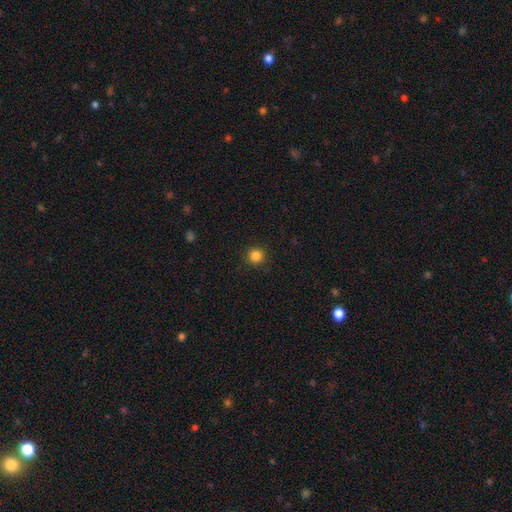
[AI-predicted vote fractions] Smooth or featured? smooth (84%)
How rounded? round (95%)
Merging? none (91%)